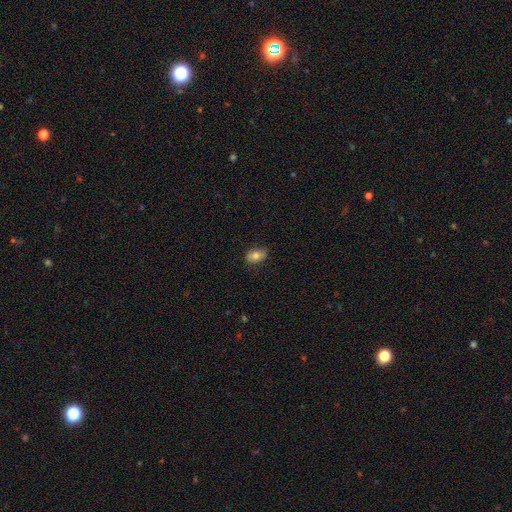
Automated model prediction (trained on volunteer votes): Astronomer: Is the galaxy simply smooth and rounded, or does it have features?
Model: smooth — 75%.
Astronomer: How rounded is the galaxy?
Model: in between — 86%.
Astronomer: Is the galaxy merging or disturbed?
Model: none — 82%.